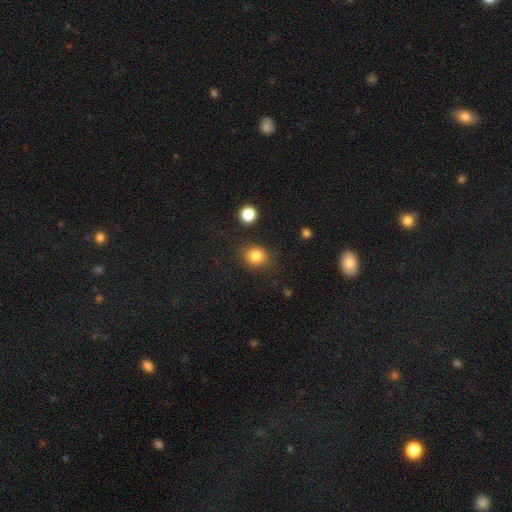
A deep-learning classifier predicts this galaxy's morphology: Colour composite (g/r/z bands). It shows a smooth galaxy with no disk features (83%) that is round (65%). Merging: none (81%).